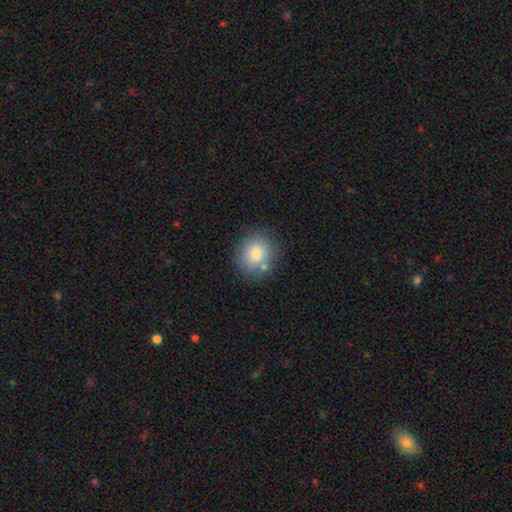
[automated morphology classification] smooth_or_featured: smooth (p=0.79) [alt: featured or disk p=0.11]
how_rounded: round (p=0.87) [alt: in between p=0.12]
merging: none (p=0.77) [alt: minor disturbance p=0.12]